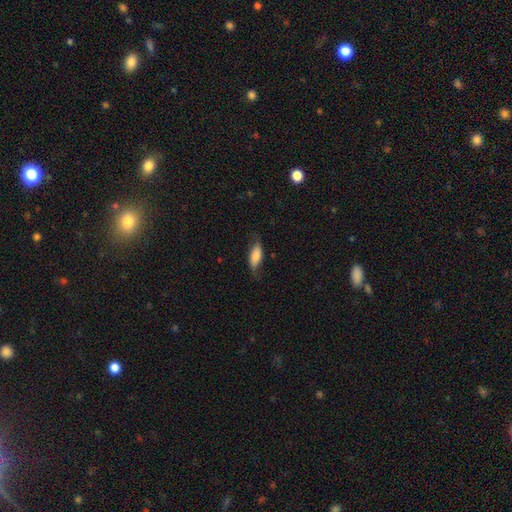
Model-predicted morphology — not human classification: A smooth galaxy with no disk features (70%) that is in between round and cigar-shaped (77%). Merging: none (65%).